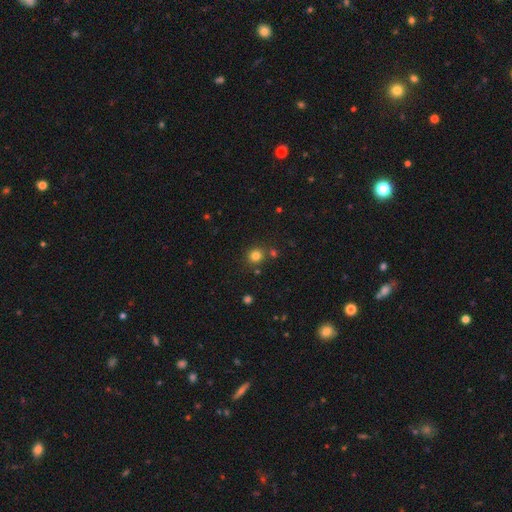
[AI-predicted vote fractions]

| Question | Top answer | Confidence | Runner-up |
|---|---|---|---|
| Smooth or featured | smooth | 80% | star or artifact (15%) |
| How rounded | round | 89% | in between (10%) |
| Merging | none | 80% | merger (9%) |